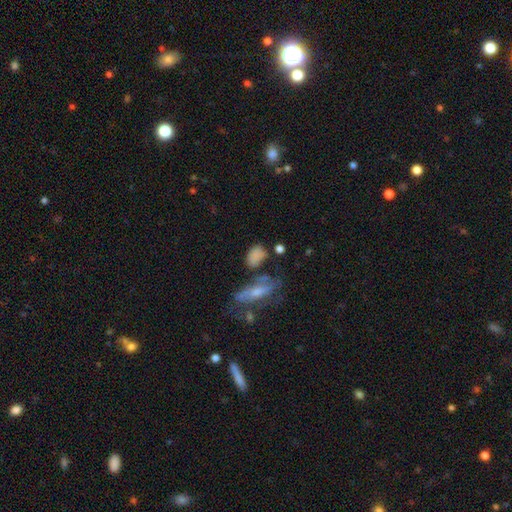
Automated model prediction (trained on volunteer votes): This appears to be a smooth galaxy with no disk features (77%) that is in between round and cigar-shaped (78%). Merging: none (51%).